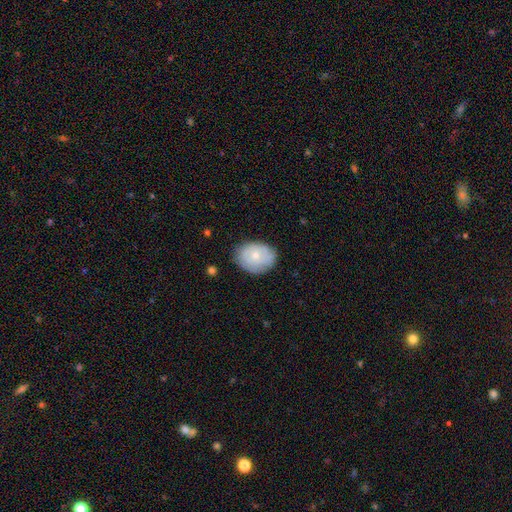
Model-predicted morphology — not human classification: Smooth or featured? smooth (58%)
How rounded? in between (58%)
Merging? none (75%)